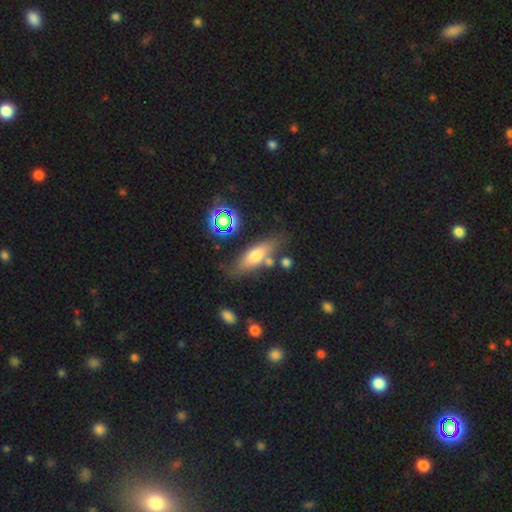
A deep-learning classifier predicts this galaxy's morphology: smooth 64%, featured or disk 26%, star or artifact 10%. Down the decision tree: how rounded — in between (58%); merging — none (71%).